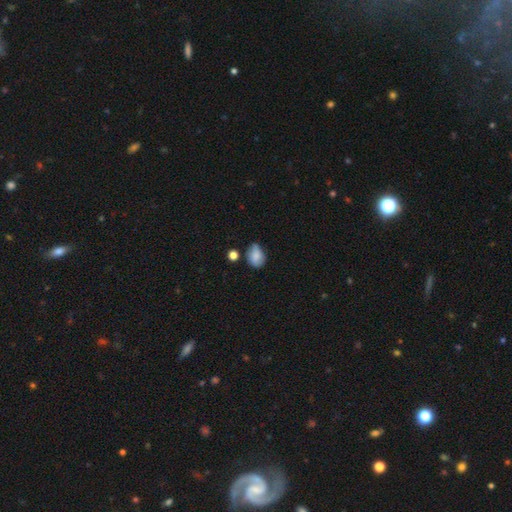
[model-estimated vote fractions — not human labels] smooth 78%, featured or disk 13%, star or artifact 9%. Down the decision tree: how rounded — in between (72%); merging — none (52%).